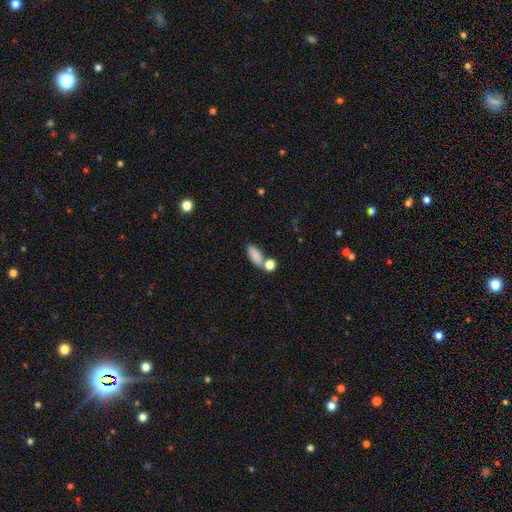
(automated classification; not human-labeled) A smooth galaxy with no disk features (85%) that is in between round and cigar-shaped (79%).

Vote fractions:
- Smooth or featured? smooth: 85% / star or artifact: 8% / featured or disk: 7%
- How rounded? in between: 79% / cigar-shaped: 16% / round: 6%
- Merging? none: 57% / merger: 27% / minor disturbance: 12% / major disturbance: 5%